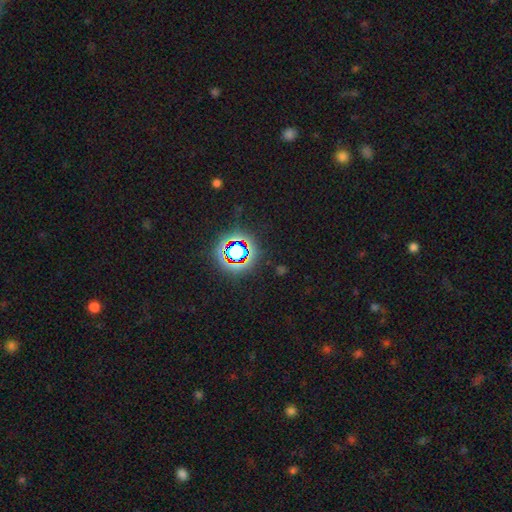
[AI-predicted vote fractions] Smooth or featured? star or artifact (75%)